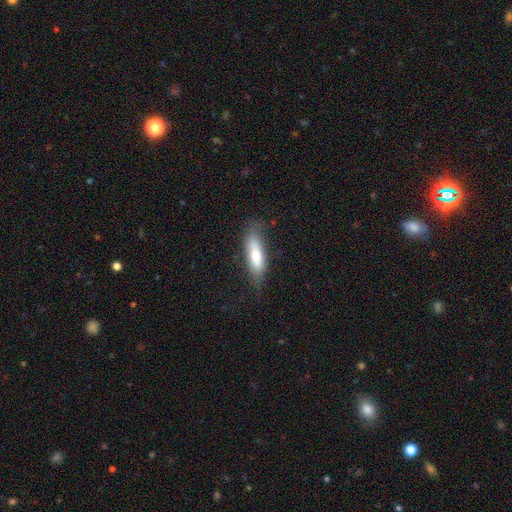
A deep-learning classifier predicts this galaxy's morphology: This appears to be a smooth galaxy with no disk features (67%) that is cigar-shaped (50%). Merging: none (67%).